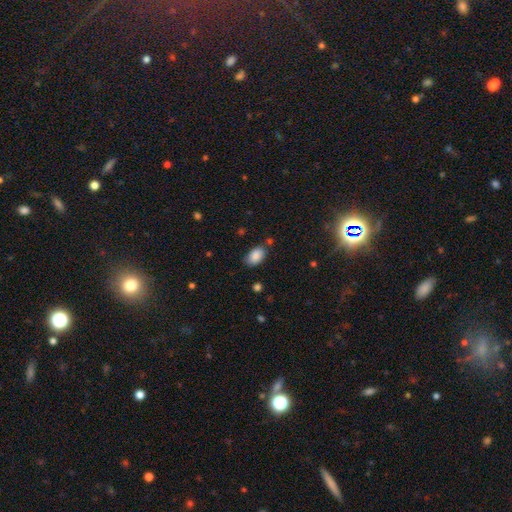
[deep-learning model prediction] Smooth or featured: smooth — 88% (star or artifact — 7%)
How rounded: in between — 92% (round — 7%)
Merging: none — 75% (minor disturbance — 17%)